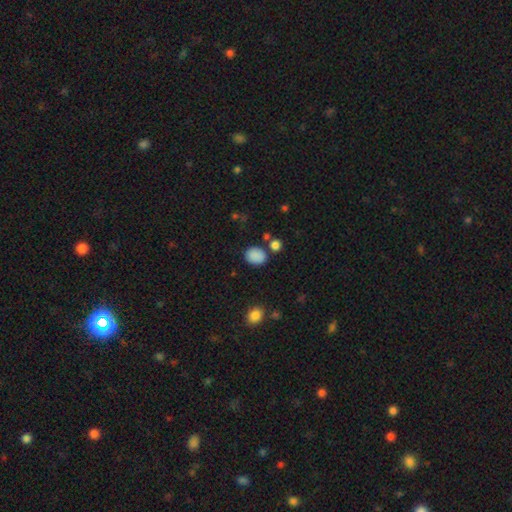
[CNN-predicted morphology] smooth-or-featured: smooth: 86% | star or artifact: 10% | featured or disk: 4%
  how-rounded: round: 50% | in between: 49% | cigar-shaped: 1%
  merging: none: 75% | minor disturbance: 14% | merger: 7% | major disturbance: 4%